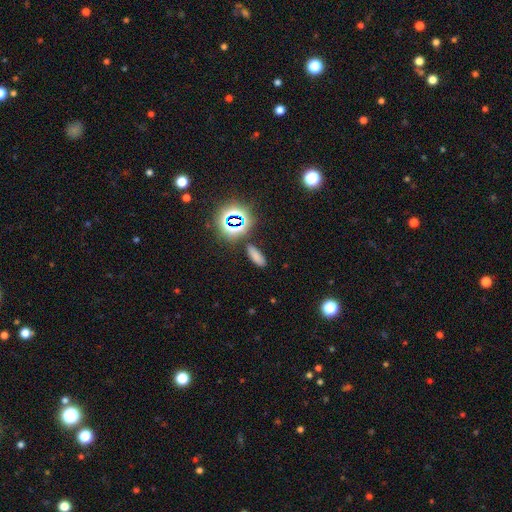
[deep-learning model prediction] Smooth or featured?
  - smooth: 70% *
  - star or artifact: 24%
  - featured or disk: 7%
How rounded?
  - in between: 60% *
  - cigar-shaped: 33%
  - round: 7%
Merging?
  - none: 85% *
  - minor disturbance: 9%
  - merger: 4%
  - major disturbance: 3%